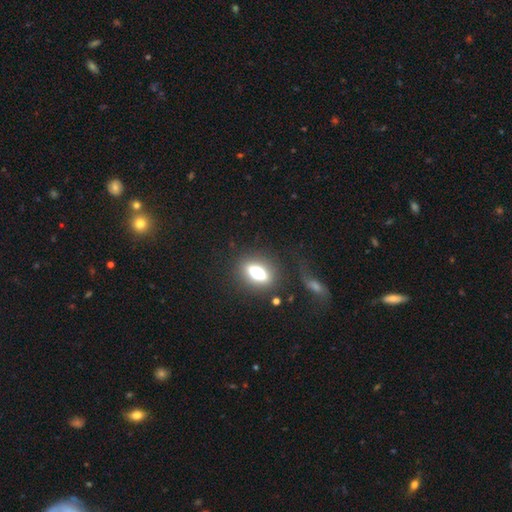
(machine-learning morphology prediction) This is likely a smooth galaxy (63%). How rounded: likely in between (63%). Merging: likely none (78%).